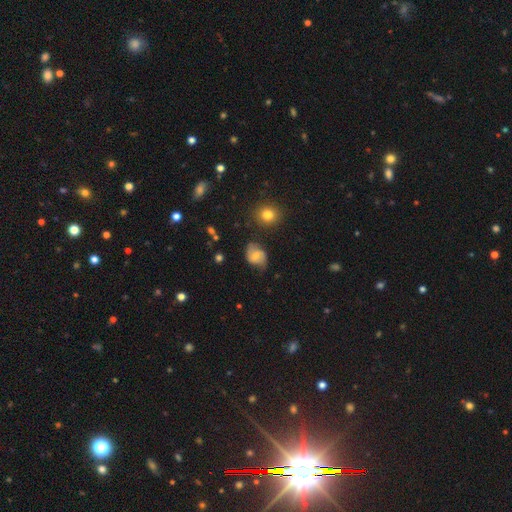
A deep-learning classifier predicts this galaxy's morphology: Q: Smooth or featured?
A: featured or disk (48%); runner-up: smooth (42%)
Q: Merging?
A: none (62%); runner-up: minor disturbance (26%)